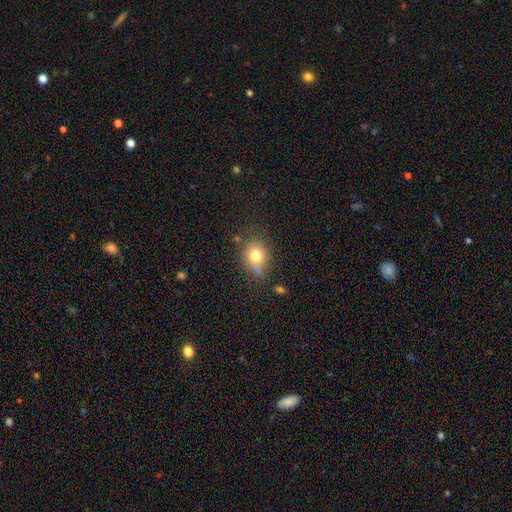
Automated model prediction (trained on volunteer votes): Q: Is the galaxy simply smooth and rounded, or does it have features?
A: smooth — 74%.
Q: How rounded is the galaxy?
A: round — 61%.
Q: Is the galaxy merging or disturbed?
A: none — 58%.